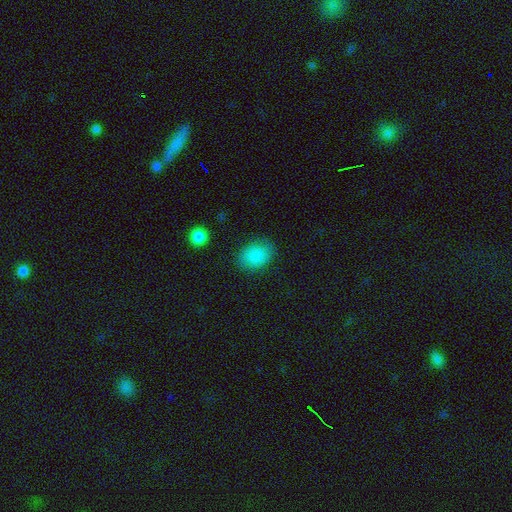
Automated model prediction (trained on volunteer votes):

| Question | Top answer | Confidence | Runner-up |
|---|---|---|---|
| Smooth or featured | smooth | 87% | star or artifact (8%) |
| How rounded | in between | 68% | round (31%) |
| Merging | none | 81% | minor disturbance (14%) |